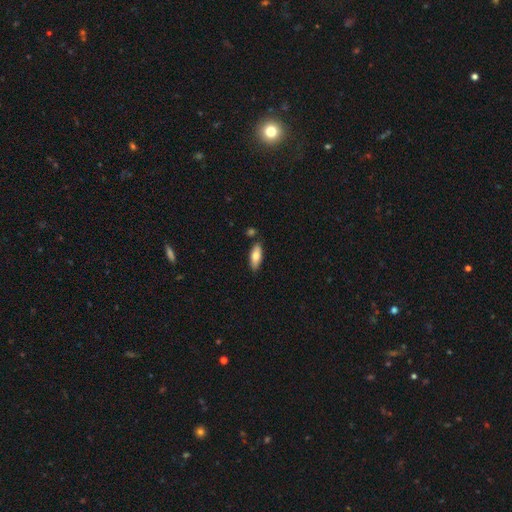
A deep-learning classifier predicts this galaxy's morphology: The model was most divided on "how rounded": in between: 75%, cigar-shaped: 23%, round: 2%. More confident: merging — none (81%); smooth or featured — smooth (77%).